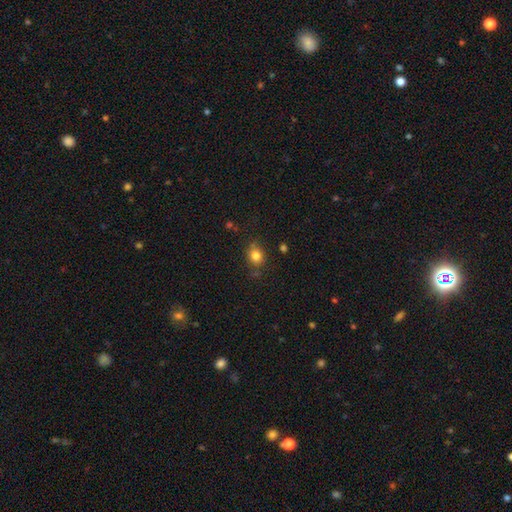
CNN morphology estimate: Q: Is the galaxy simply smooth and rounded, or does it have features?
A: smooth — 81%.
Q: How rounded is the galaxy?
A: round — 68%.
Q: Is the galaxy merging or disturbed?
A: none — 76%.